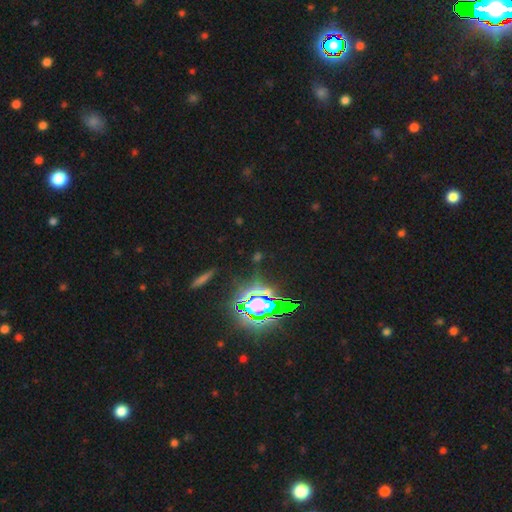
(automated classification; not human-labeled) The model was most divided on "smooth or featured": star or artifact: 71%, smooth: 18%, featured or disk: 11%.